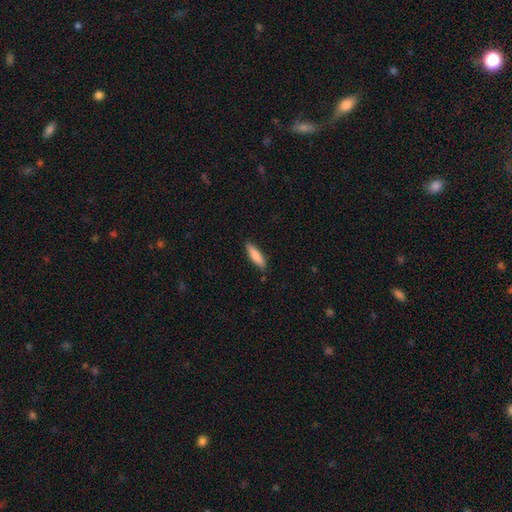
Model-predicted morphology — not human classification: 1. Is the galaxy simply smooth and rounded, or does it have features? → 83% smooth, 11% featured or disk, 6% star or artifact.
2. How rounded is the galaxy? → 72% cigar-shaped, 26% in between, 1% round.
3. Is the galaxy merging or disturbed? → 86% none, 10% minor disturbance, 2% major disturbance, 1% merger.